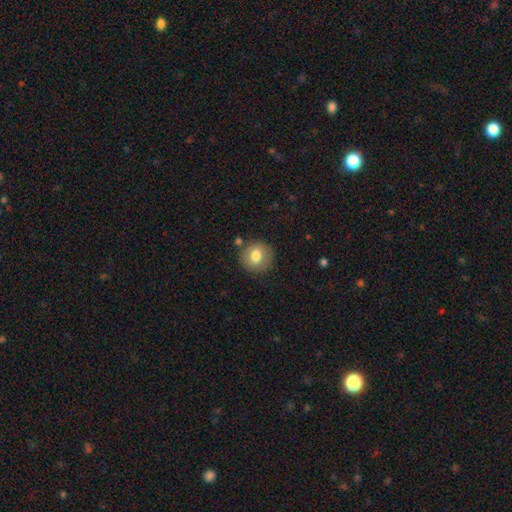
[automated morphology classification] Smooth or featured: smooth — 77% (featured or disk — 15%)
How rounded: round — 90% (in between — 9%)
Merging: none — 83% (minor disturbance — 10%)